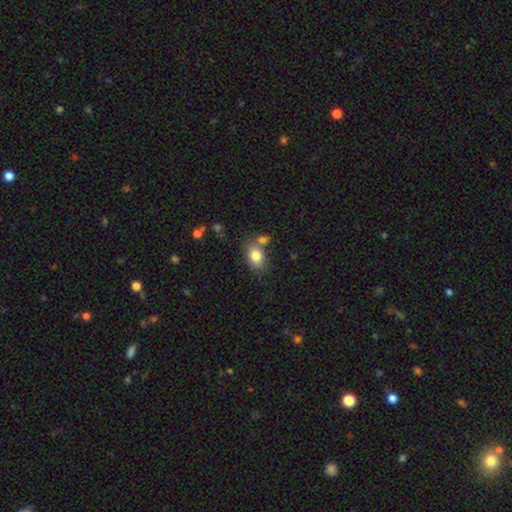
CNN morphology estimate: The model was most divided on "merging": none: 56%, merger: 25%, minor disturbance: 15%, major disturbance: 5%. More confident: smooth or featured — smooth (81%); how rounded — in between (78%).